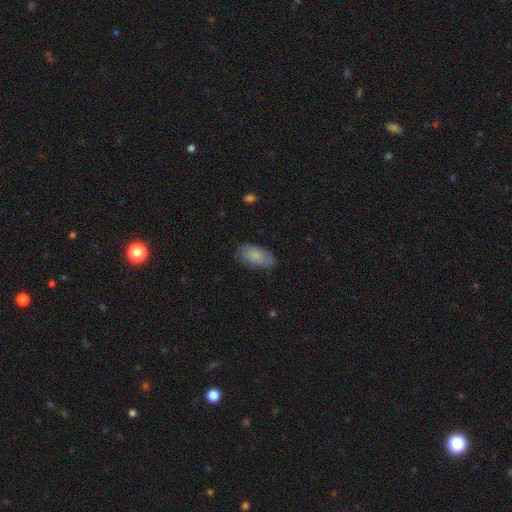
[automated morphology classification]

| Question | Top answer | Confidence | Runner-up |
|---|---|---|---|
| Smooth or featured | smooth | 78% | featured or disk (15%) |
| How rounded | in between | 93% | cigar-shaped (4%) |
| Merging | none | 73% | minor disturbance (21%) |